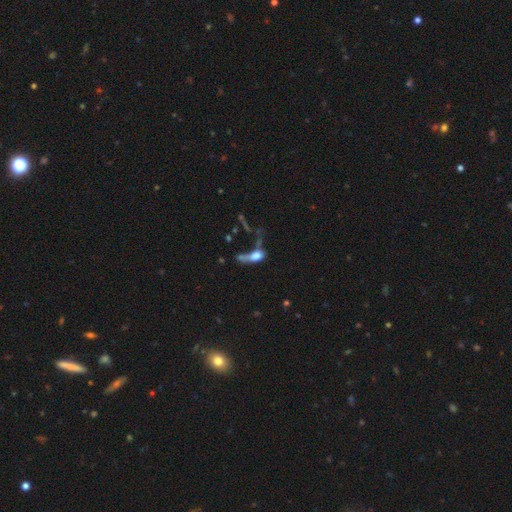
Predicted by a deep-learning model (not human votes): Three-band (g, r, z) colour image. It shows a smooth galaxy with no disk features (56%) that is in between round and cigar-shaped (65%). Merging: major disturbance (37%).